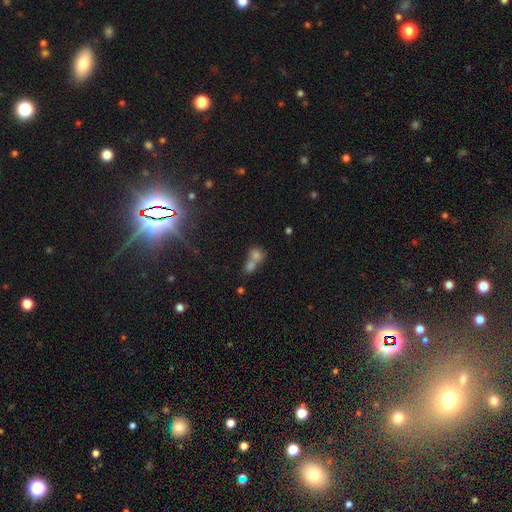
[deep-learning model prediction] Smooth or featured?
  - smooth: 75% *
  - star or artifact: 13%
  - featured or disk: 12%
How rounded?
  - round: 62% *
  - in between: 36%
  - cigar-shaped: 2%
Merging?
  - merger: 66% *
  - none: 25%
  - minor disturbance: 6%
  - major disturbance: 3%